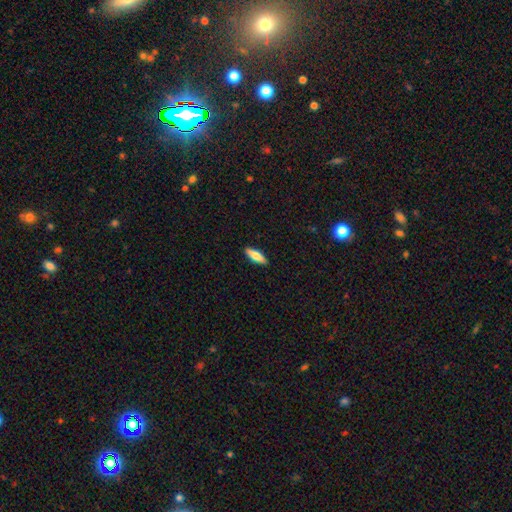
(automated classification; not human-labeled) The model was most divided on "how rounded": in between: 53%, cigar-shaped: 45%, round: 2%. More confident: merging — none (90%); smooth or featured — smooth (72%).